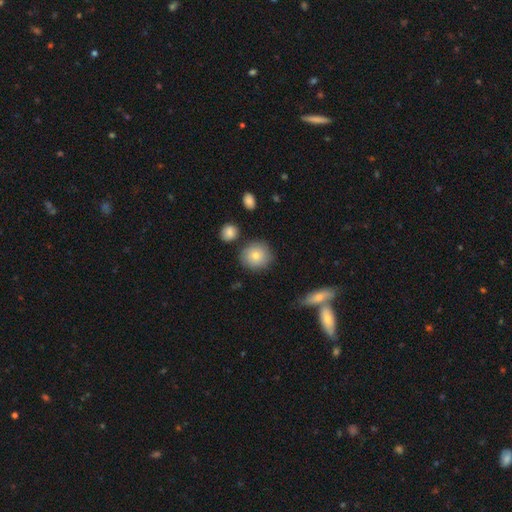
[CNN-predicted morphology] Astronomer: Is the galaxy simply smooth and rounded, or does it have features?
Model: smooth — 81%.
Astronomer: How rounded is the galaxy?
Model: round — 86%.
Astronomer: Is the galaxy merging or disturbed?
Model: none — 81%.